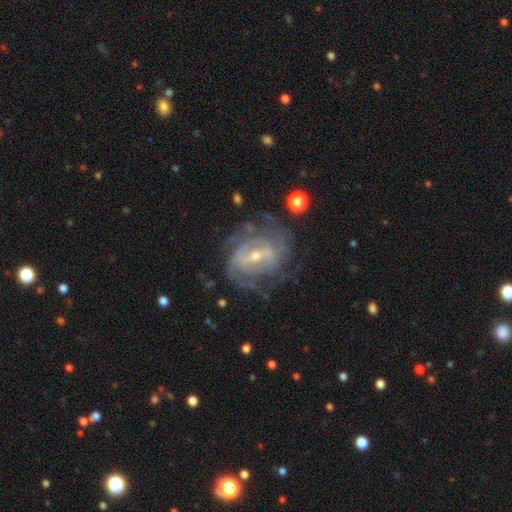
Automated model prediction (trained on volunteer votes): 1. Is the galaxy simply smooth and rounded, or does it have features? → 86% featured or disk, 8% smooth, 6% star or artifact.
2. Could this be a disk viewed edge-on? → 96% no, 4% yes.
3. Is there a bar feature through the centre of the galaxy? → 46% weak, 34% strong, 21% no.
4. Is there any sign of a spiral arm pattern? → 89% yes, 11% no.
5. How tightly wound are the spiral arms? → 52% tight, 36% medium, 13% loose.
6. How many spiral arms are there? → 39% can't tell, 29% 2, 15% 3, 8% 4, 5% 1, 4% more than 4.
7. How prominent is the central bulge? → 55% small, 41% moderate, 2% large, 1% none, 1% dominant.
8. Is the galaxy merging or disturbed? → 64% none, 19% minor disturbance, 14% major disturbance, 2% merger.